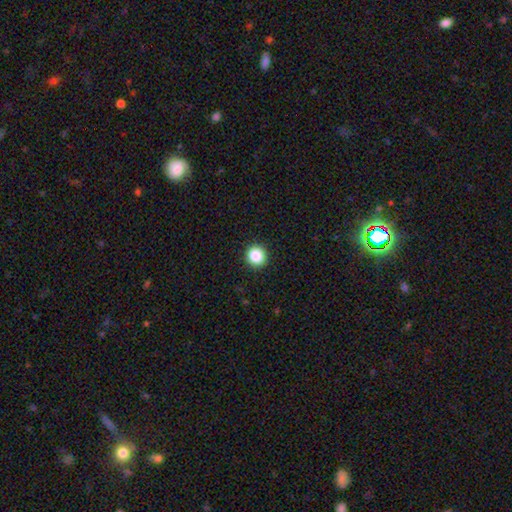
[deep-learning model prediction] smooth_or_featured: smooth (p=0.87) [alt: star or artifact p=0.10]
how_rounded: round (p=0.92) [alt: in between p=0.07]
merging: none (p=0.92) [alt: minor disturbance p=0.06]